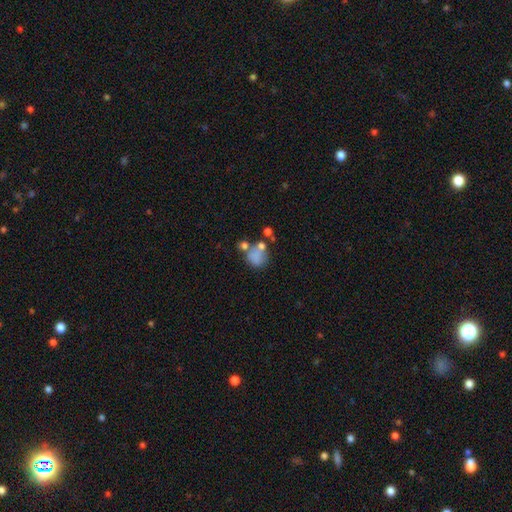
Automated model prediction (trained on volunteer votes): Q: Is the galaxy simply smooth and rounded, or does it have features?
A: smooth — 68%.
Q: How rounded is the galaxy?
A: round — 65%.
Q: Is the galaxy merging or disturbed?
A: none — 41%.